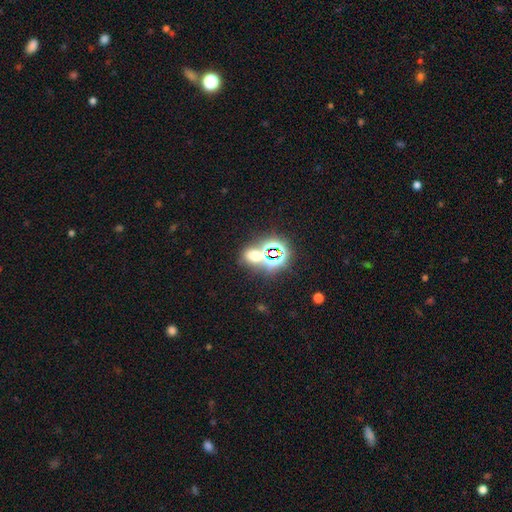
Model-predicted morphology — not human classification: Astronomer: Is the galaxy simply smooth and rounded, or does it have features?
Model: smooth — 45% (runner-up: star or artifact, 44%).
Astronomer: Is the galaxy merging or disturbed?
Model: none — 56%.